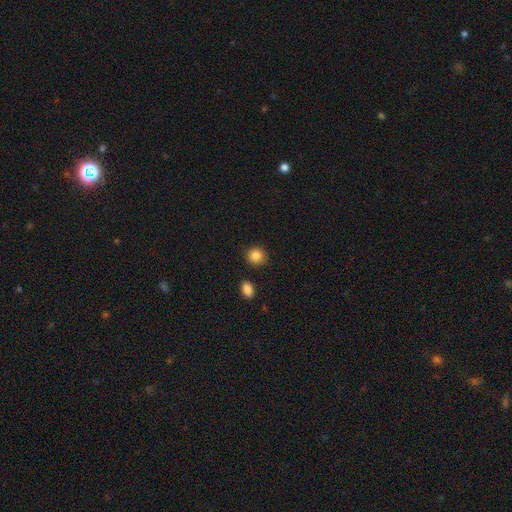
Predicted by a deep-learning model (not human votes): smooth-or-featured: smooth: 87% | star or artifact: 9% | featured or disk: 4%
  how-rounded: round: 86% | in between: 13% | cigar-shaped: 1%
  merging: none: 88% | minor disturbance: 7% | merger: 3% | major disturbance: 2%